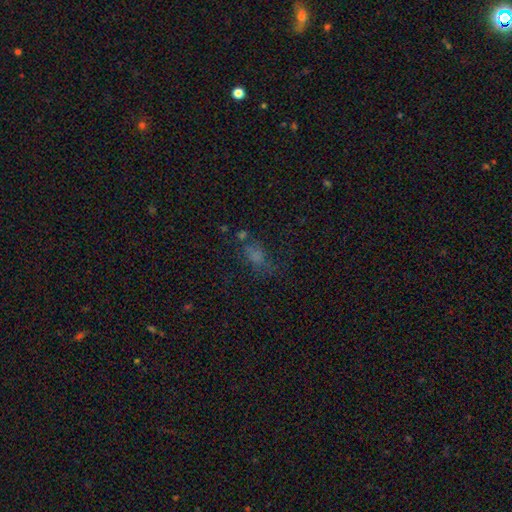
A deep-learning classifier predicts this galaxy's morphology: Smooth or featured: smooth — 53% (star or artifact — 28%)
How rounded: in between — 73% (round — 19%)
Merging: none — 43% (major disturbance — 27%)